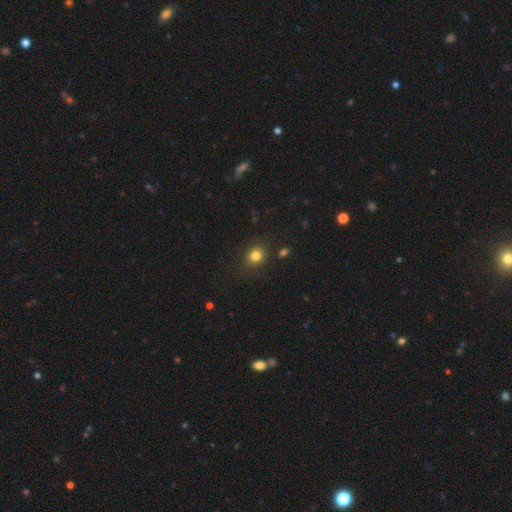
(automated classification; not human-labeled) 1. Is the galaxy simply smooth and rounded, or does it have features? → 81% smooth, 13% star or artifact, 6% featured or disk.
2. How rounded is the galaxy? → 73% round, 26% in between, 1% cigar-shaped.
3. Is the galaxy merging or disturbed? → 85% none, 10% minor disturbance, 3% major disturbance, 2% merger.